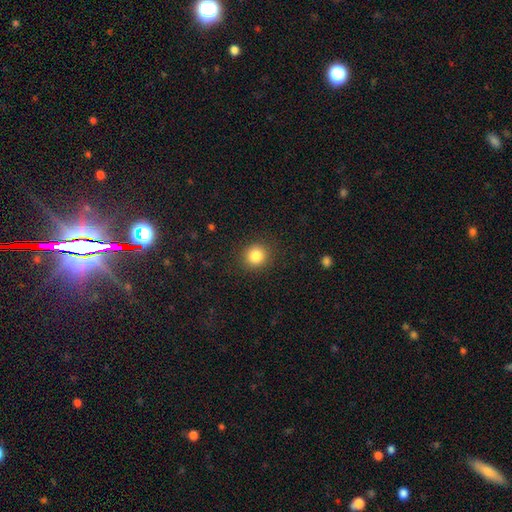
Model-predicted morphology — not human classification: The model was most divided on "smooth or featured": smooth: 85%, star or artifact: 10%, featured or disk: 5%. More confident: how rounded — round (90%); merging — none (90%).